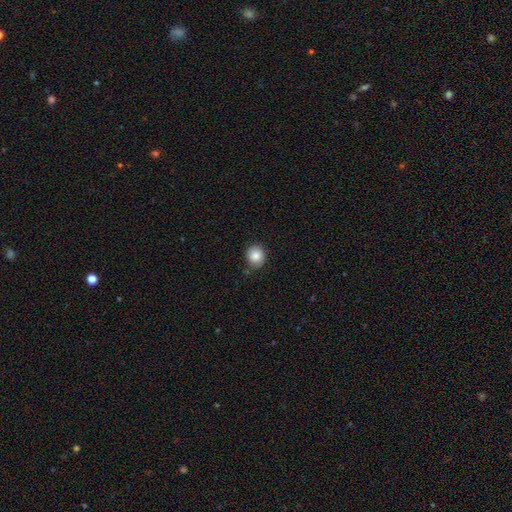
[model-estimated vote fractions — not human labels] This is clearly a smooth galaxy (85%). How rounded: clearly round (82%). Merging: clearly none (83%).